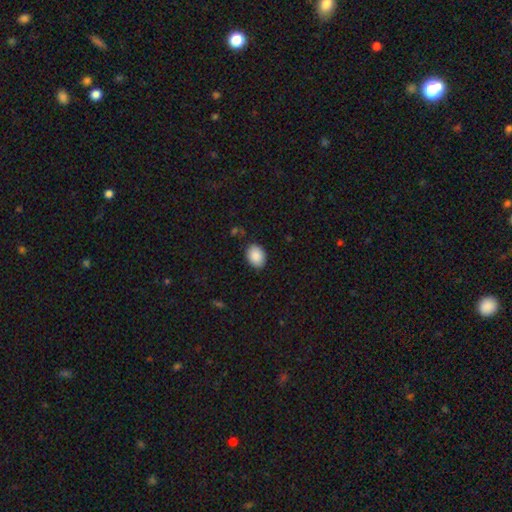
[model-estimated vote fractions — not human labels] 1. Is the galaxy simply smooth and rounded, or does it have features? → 89% smooth, 7% star or artifact, 3% featured or disk.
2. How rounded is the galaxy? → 68% in between, 31% round, 1% cigar-shaped.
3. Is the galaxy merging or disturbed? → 85% none, 11% minor disturbance, 2% major disturbance, 1% merger.